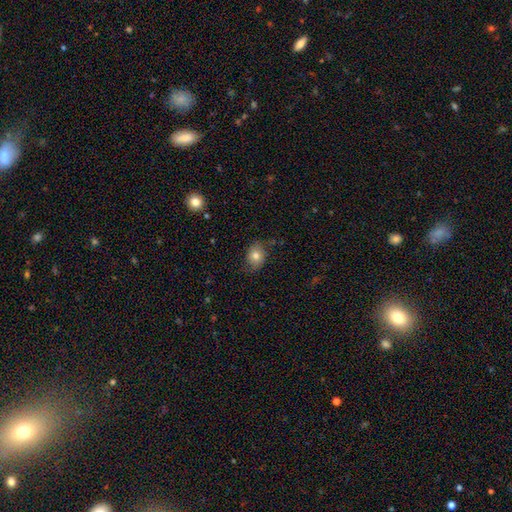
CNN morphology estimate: smooth-or-featured: smooth: 76% | featured or disk: 15% | star or artifact: 9%
  how-rounded: in between: 61% | round: 38% | cigar-shaped: 1%
  merging: none: 71% | minor disturbance: 21% | major disturbance: 6% | merger: 1%